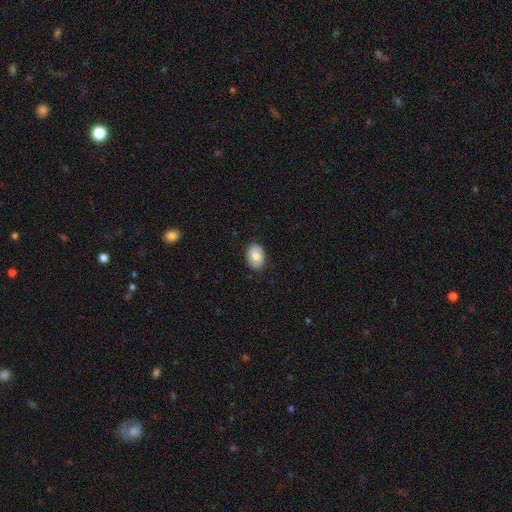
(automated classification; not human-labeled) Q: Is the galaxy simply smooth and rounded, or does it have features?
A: smooth — 83%.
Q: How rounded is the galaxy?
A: in between — 80%.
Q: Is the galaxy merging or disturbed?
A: none — 87%.